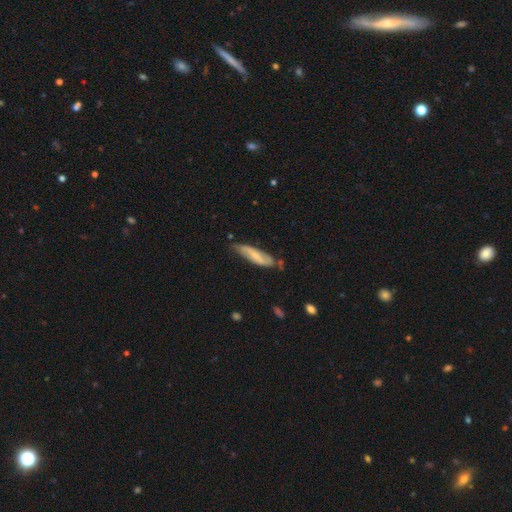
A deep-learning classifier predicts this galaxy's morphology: Smooth or featured? Predicted: featured or disk (p=0.48). Merging? Predicted: none (p=0.61).